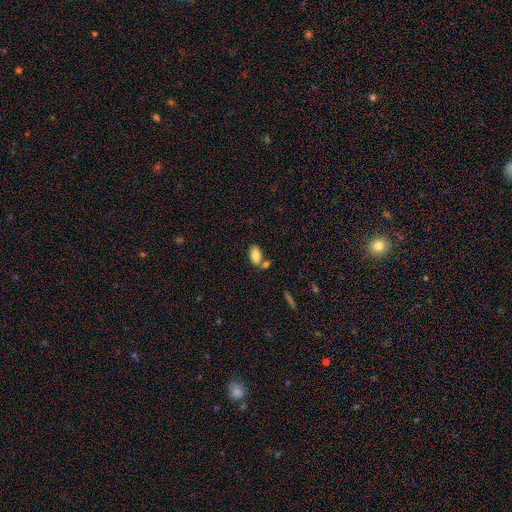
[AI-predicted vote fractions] A smooth galaxy with no disk features (83%) that is in between round and cigar-shaped (93%).

Vote fractions:
- Smooth or featured? smooth: 83% / featured or disk: 9% / star or artifact: 7%
- How rounded? in between: 93% / round: 4% / cigar-shaped: 2%
- Merging? none: 61% / merger: 23% / minor disturbance: 13% / major disturbance: 4%